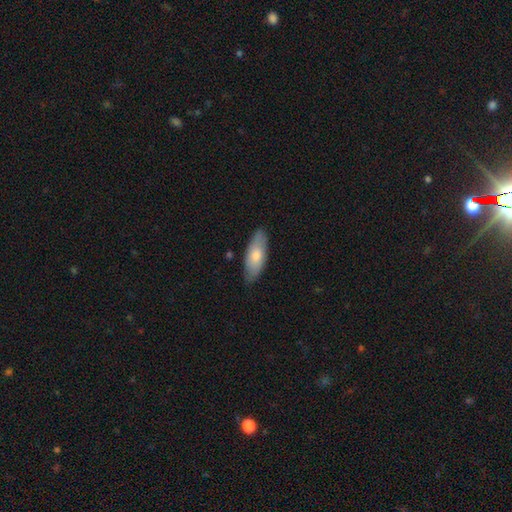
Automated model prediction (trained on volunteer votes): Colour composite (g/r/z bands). It shows a smooth galaxy with no disk features (72%) that is in between round and cigar-shaped (77%). Merging: none (82%).